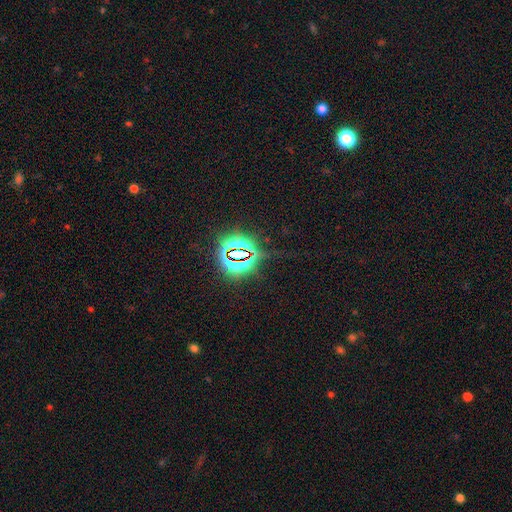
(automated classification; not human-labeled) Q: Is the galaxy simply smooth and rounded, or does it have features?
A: star or artifact — 82%.